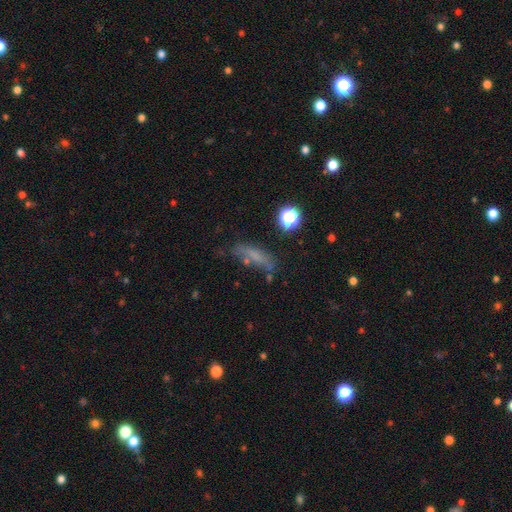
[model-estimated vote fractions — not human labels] A smooth galaxy with no disk features (54%) that is cigar-shaped (58%).

Vote fractions:
- Smooth or featured? smooth: 54% / featured or disk: 26% / star or artifact: 20%
- How rounded? cigar-shaped: 58% / in between: 35% / round: 7%
- Merging? none: 53% / minor disturbance: 24% / major disturbance: 16% / merger: 7%